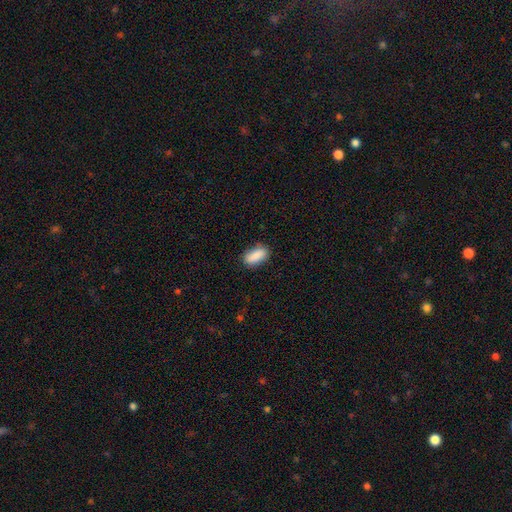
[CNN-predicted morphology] Smooth or featured: smooth — 88% (star or artifact — 7%)
How rounded: in between — 85% (cigar-shaped — 12%)
Merging: none — 84% (minor disturbance — 12%)